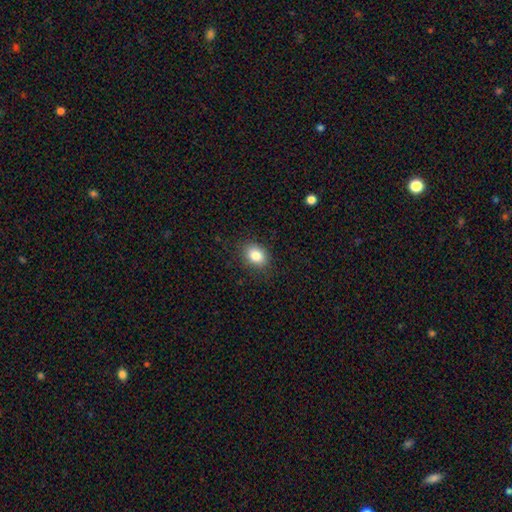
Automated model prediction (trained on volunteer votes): smooth 84%, star or artifact 9%, featured or disk 7%. Down the decision tree: how rounded — in between (67%); merging — none (87%).